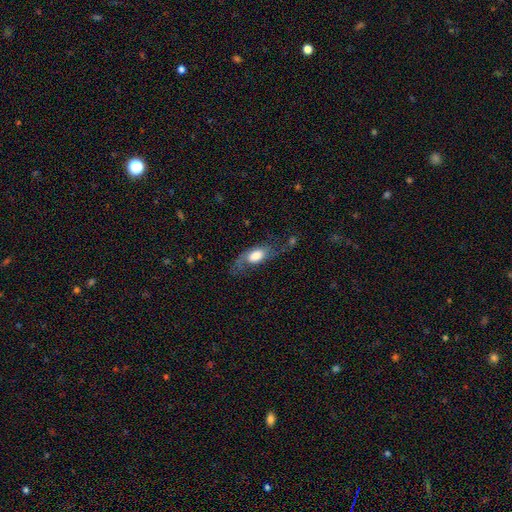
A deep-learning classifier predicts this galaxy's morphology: Smooth or featured? Predicted: featured or disk (p=0.46, tied with smooth). Merging? Predicted: none (p=0.48).